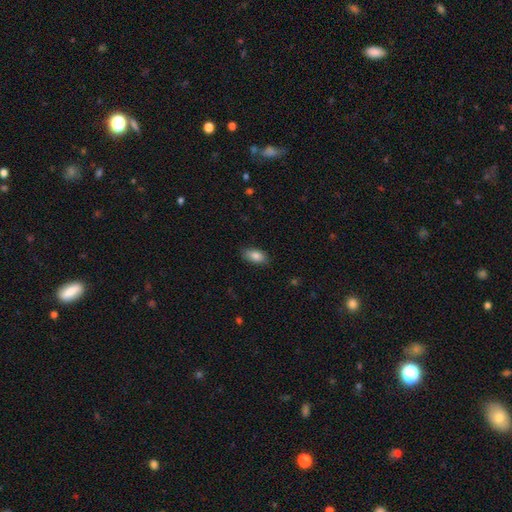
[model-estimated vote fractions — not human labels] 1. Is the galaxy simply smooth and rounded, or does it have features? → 84% smooth, 8% featured or disk, 7% star or artifact.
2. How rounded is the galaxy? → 92% in between, 4% cigar-shaped, 4% round.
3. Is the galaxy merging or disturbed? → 84% none, 12% minor disturbance, 3% major disturbance, 1% merger.